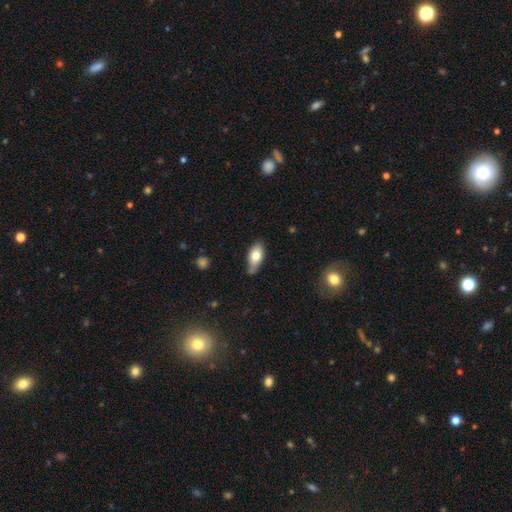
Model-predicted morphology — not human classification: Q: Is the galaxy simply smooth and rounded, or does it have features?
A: smooth — 73%.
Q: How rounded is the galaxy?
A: in between — 89%.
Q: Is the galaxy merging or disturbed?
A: none — 59%.